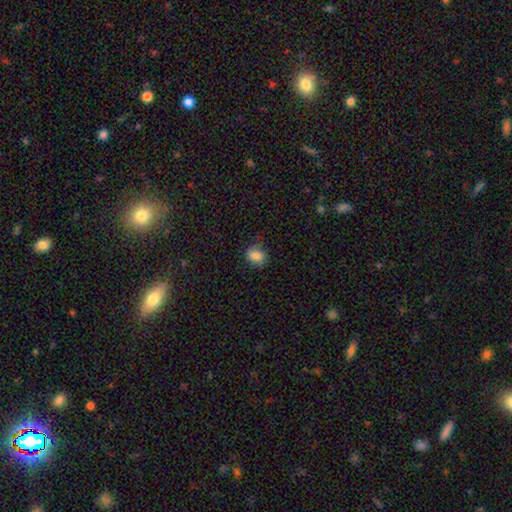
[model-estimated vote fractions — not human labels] A smooth galaxy with no disk features (83%) that is round (54%).

Vote fractions:
- Smooth or featured? smooth: 83% / star or artifact: 10% / featured or disk: 6%
- How rounded? round: 54% / in between: 44% / cigar-shaped: 1%
- Merging? none: 75% / minor disturbance: 19% / major disturbance: 5% / merger: 1%